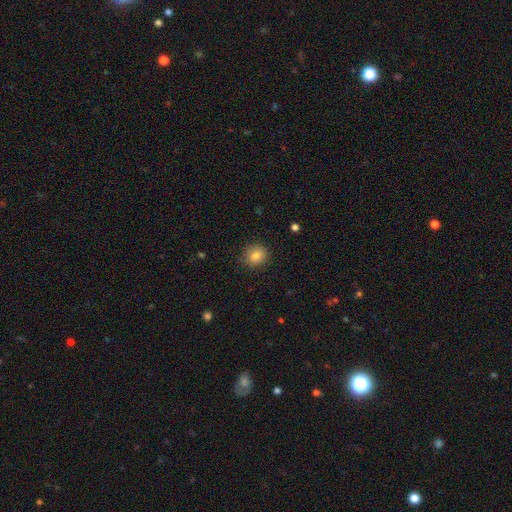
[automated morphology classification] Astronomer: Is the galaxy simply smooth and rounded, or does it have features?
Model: smooth — 83%.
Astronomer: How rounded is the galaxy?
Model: round — 82%.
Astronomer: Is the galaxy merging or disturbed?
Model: none — 86%.